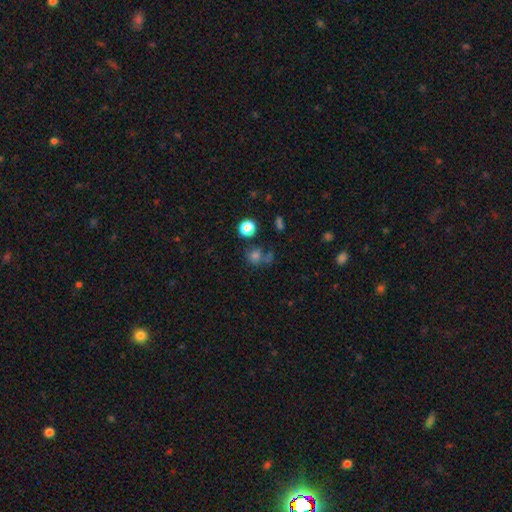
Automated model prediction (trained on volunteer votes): Smooth or featured? Predicted: smooth (p=0.67). How rounded? Predicted: round (p=0.80). Merging? Predicted: none (p=0.59).